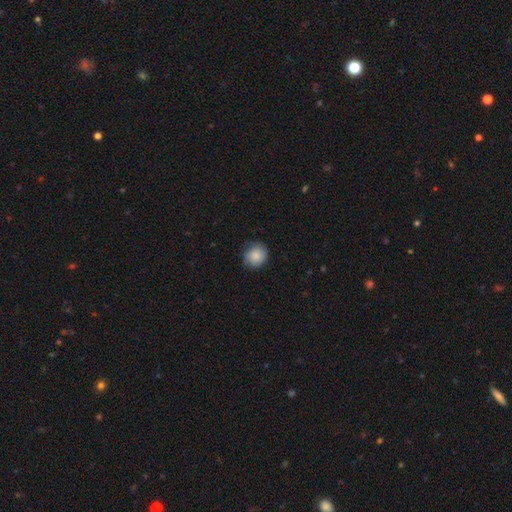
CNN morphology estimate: Q: Smooth or featured?
A: smooth (85%); runner-up: featured or disk (8%)
Q: How rounded?
A: round (83%); runner-up: in between (16%)
Q: Merging?
A: none (76%); runner-up: minor disturbance (20%)